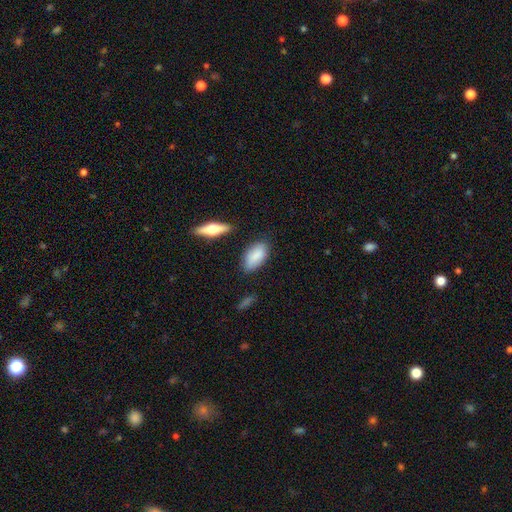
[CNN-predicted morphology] This appears to be a smooth galaxy with no disk features (85%) that is in between round and cigar-shaped (90%). Merging: none (75%).